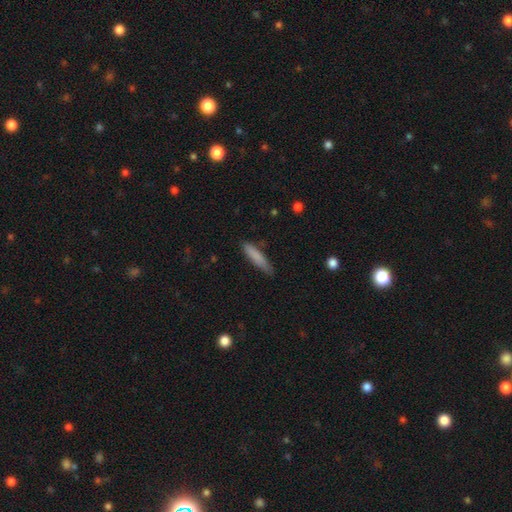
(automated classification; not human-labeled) Q: Smooth or featured?
A: smooth (82%); runner-up: featured or disk (12%)
Q: How rounded?
A: cigar-shaped (82%); runner-up: in between (17%)
Q: Merging?
A: none (75%); runner-up: minor disturbance (20%)